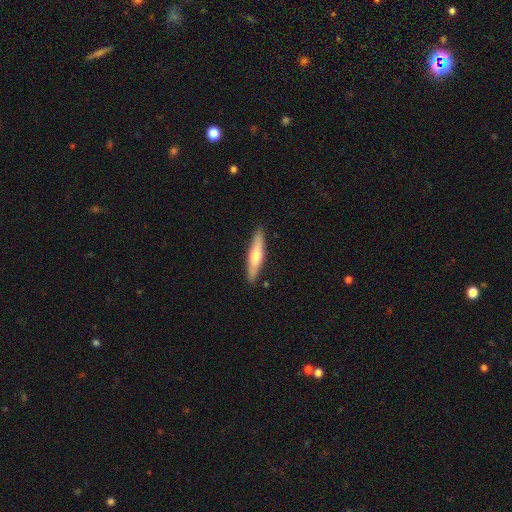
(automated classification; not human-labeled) smooth 57%, featured or disk 38%, star or artifact 5%. Down the decision tree: how rounded — cigar-shaped (82%); merging — none (89%).